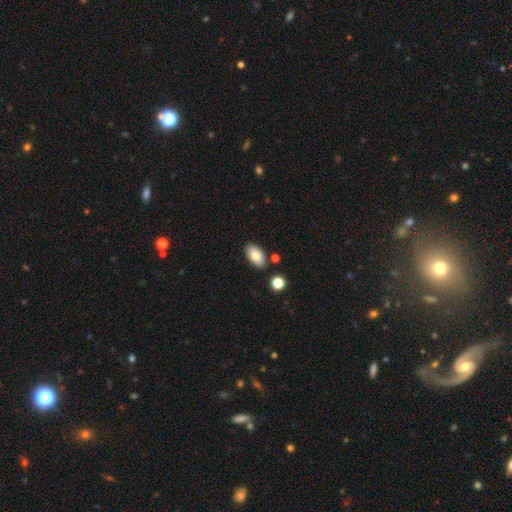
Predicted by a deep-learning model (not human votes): smooth_or_featured: smooth (p=0.81) [alt: featured or disk p=0.11]
how_rounded: in between (p=0.94) [alt: round p=0.04]
merging: none (p=0.84) [alt: minor disturbance p=0.10]